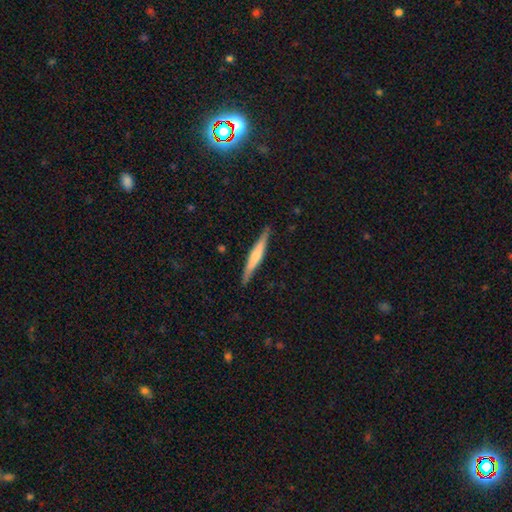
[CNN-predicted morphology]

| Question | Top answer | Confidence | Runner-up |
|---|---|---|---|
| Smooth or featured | featured or disk | 53% | smooth (42%) |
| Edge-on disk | yes | 97% | no (3%) |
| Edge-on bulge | rounded | 57% | none (26%) |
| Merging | none | 88% | minor disturbance (9%) |